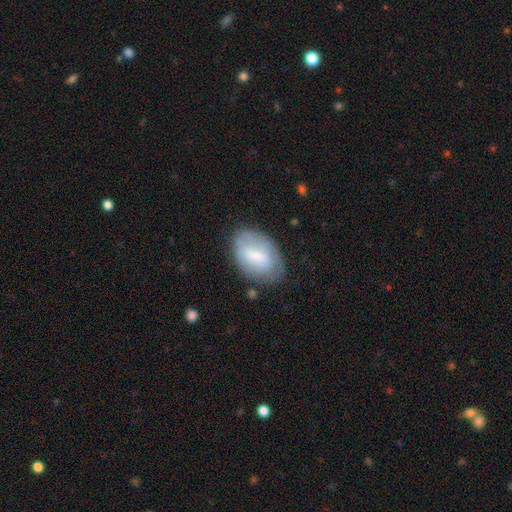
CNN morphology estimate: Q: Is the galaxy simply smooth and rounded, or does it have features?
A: smooth — 57%.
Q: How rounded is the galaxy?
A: in between — 89%.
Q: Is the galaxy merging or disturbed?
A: none — 63%.